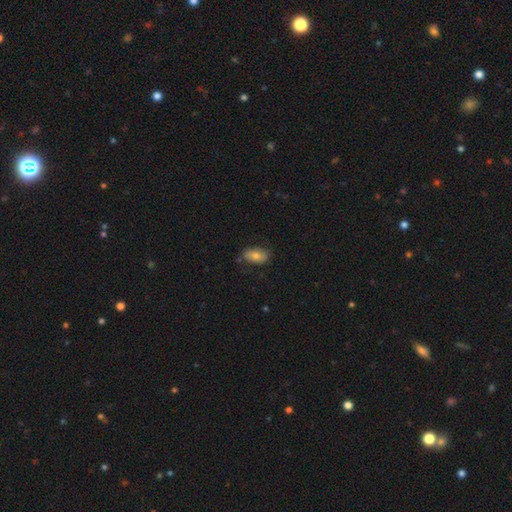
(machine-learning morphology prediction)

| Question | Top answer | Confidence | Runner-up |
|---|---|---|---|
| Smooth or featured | smooth | 68% | featured or disk (23%) |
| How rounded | in between | 90% | round (7%) |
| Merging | none | 76% | minor disturbance (19%) |